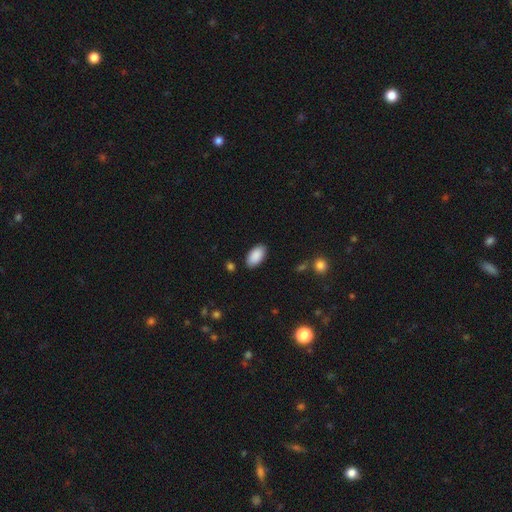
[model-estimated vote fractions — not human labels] Smooth or featured?
  - smooth: 90% *
  - star or artifact: 6%
  - featured or disk: 4%
How rounded?
  - in between: 95% *
  - cigar-shaped: 3%
  - round: 2%
Merging?
  - none: 87% *
  - minor disturbance: 9%
  - major disturbance: 2%
  - merger: 2%